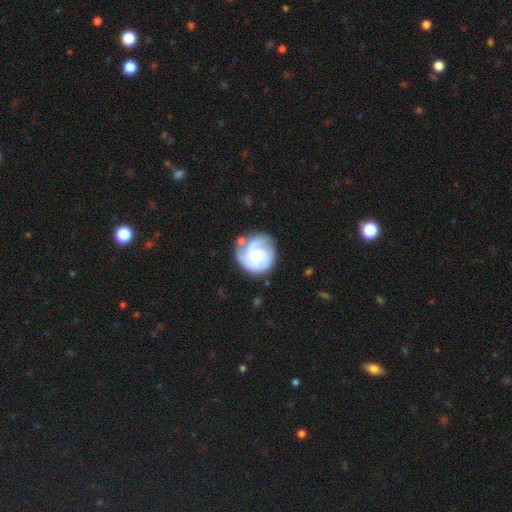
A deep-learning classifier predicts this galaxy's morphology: type=featured or disk (79%); edge-on=no (98%); bar=no (71%); spiral arms=yes (95%); winding=tight (59%); arm count=3 (49%); bulge=small (51%); merging=none (70%).